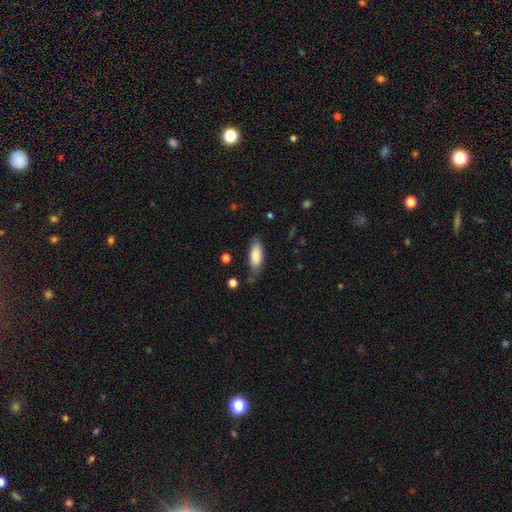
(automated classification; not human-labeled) Smooth or featured? Predicted: smooth (p=0.83). How rounded? Predicted: in between (p=0.81). Merging? Predicted: none (p=0.59).